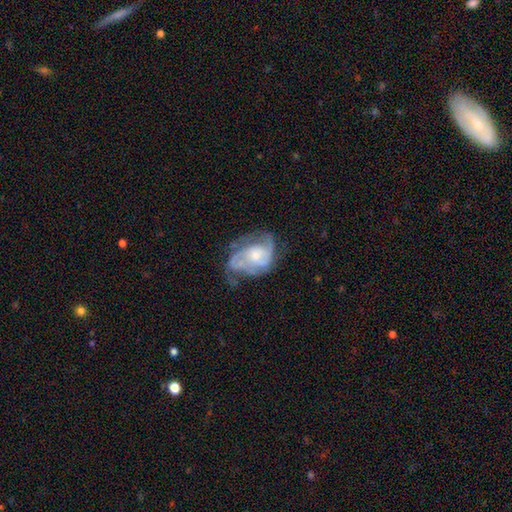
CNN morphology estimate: This appears to be a featured or disk galaxy (78%) with no bar (72%), 2 (41%) medium (43%) spiral arms (88%) and a moderate central bulge (48%). Merging: none (43%).